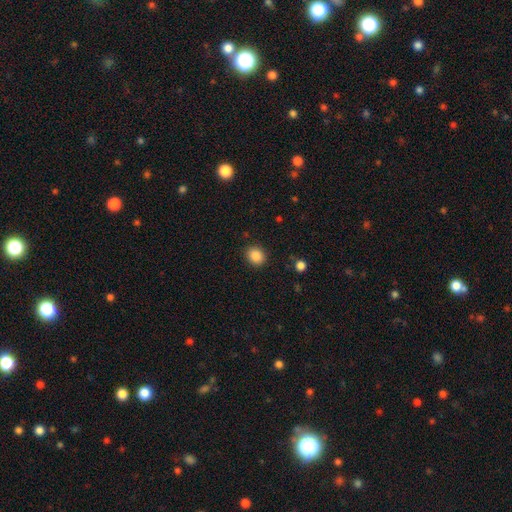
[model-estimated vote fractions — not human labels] Smooth or featured?
  - smooth: 87% *
  - star or artifact: 10%
  - featured or disk: 3%
How rounded?
  - round: 67% *
  - in between: 32%
  - cigar-shaped: 1%
Merging?
  - none: 88% *
  - minor disturbance: 8%
  - major disturbance: 3%
  - merger: 1%